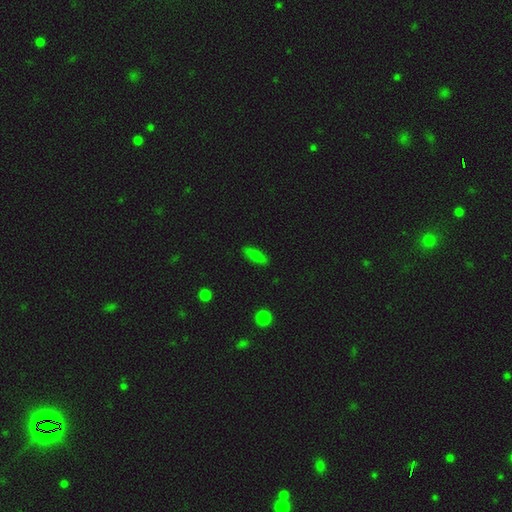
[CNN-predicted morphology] This appears to be a smooth galaxy with no disk features (81%) that is in between round and cigar-shaped (49%). Merging: none (86%).